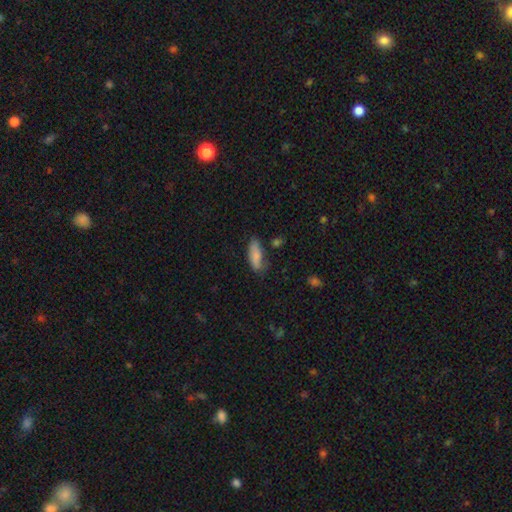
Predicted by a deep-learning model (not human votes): Smooth or featured? Predicted: smooth (p=0.82). How rounded? Predicted: in between (p=0.68). Merging? Predicted: none (p=0.62).